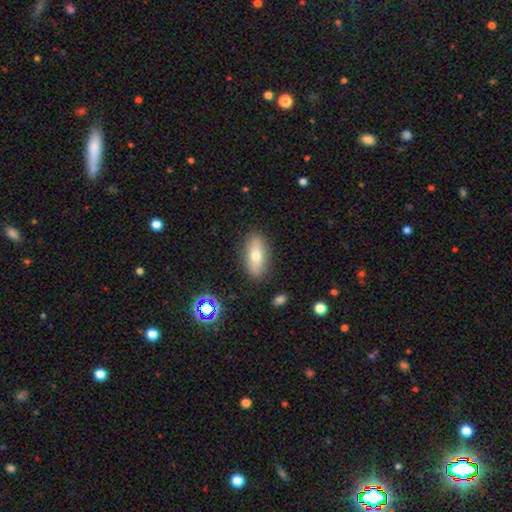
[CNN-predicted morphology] smooth 66%, featured or disk 25%, star or artifact 9%. Down the decision tree: how rounded — in between (76%); merging — none (86%).